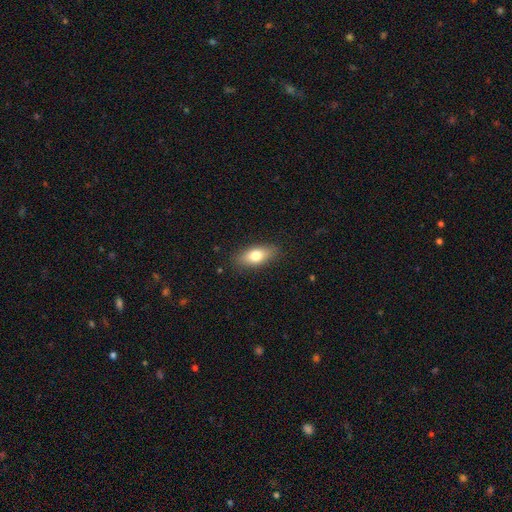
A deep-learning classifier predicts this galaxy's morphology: Overall: smooth (75%). How rounded: in between (81%). Merging: none (86%).